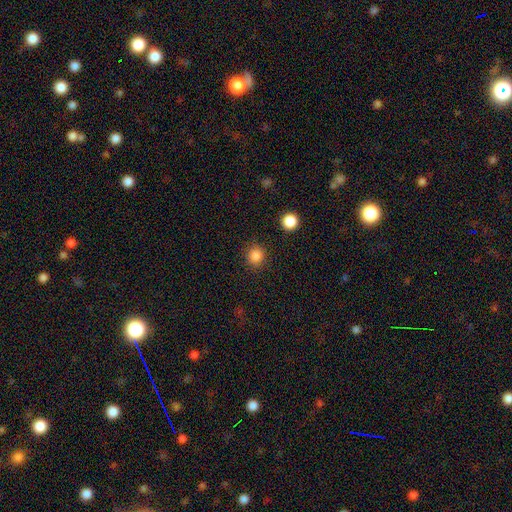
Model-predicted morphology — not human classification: smooth-or-featured: smooth: 85% | star or artifact: 12% | featured or disk: 3%
  how-rounded: round: 91% | in between: 8% | cigar-shaped: 1%
  merging: none: 89% | minor disturbance: 7% | major disturbance: 3% | merger: 2%